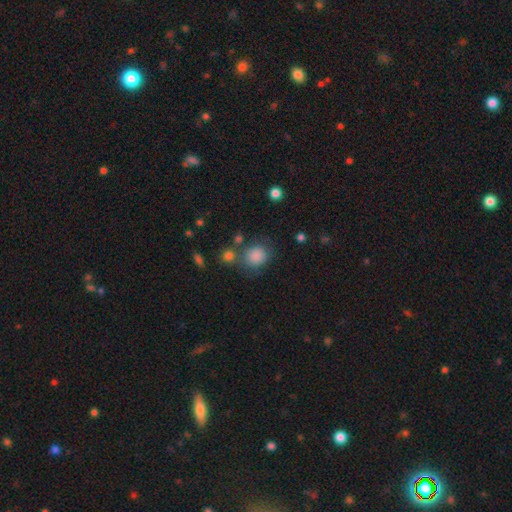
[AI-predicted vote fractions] Smooth or featured? Predicted: smooth (p=0.85). How rounded? Predicted: round (p=0.78). Merging? Predicted: none (p=0.67).